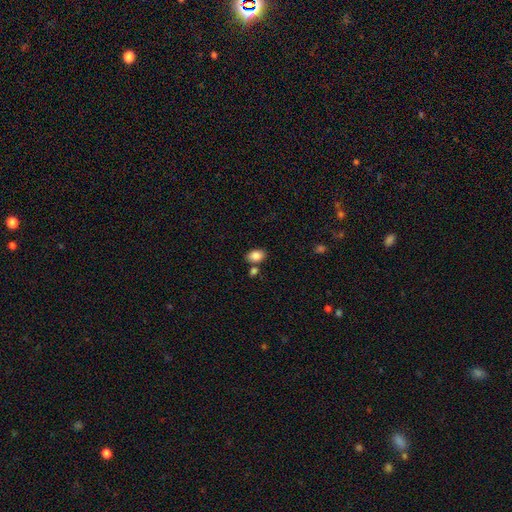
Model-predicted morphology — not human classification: A smooth galaxy with no disk features (86%) that is in between round and cigar-shaped (86%). Merging: none (75%).